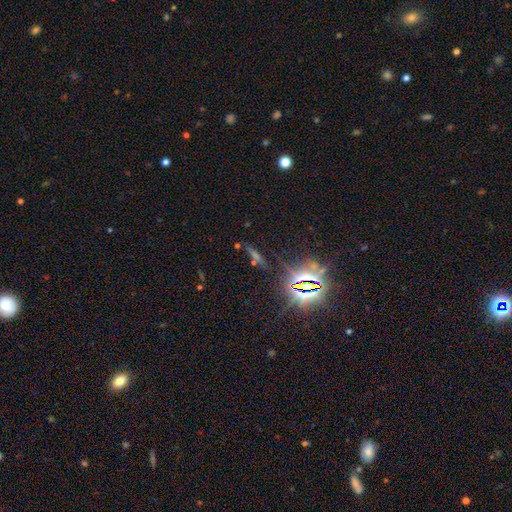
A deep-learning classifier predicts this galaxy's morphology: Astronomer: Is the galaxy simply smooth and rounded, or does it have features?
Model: star or artifact — 58%.